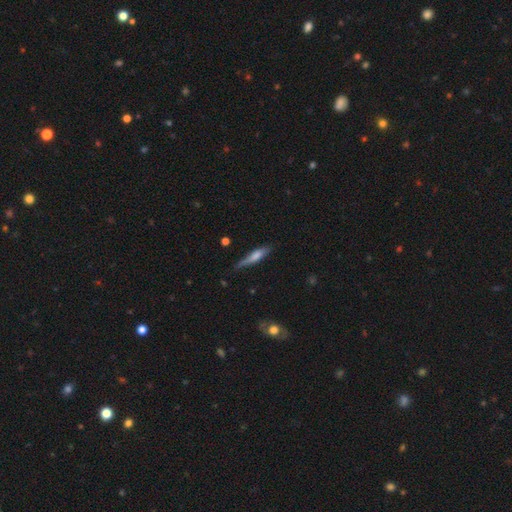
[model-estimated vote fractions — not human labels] smooth-or-featured: smooth: 48% | featured or disk: 44% | star or artifact: 8%
  merging: none: 65% | minor disturbance: 26% | major disturbance: 6% | merger: 2%